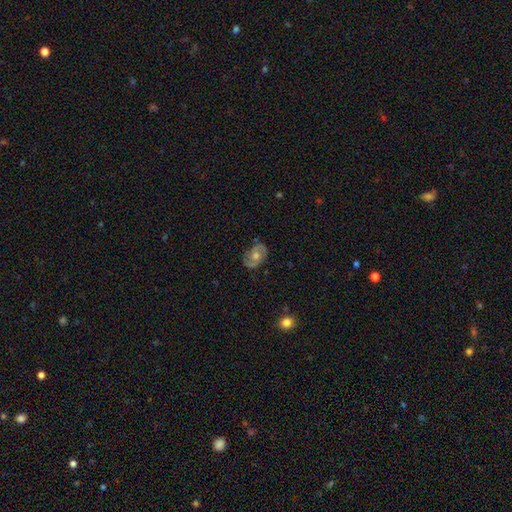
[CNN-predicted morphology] smooth_or_featured: featured or disk (p=0.65) [alt: smooth p=0.26]
disk_edge_on: no (p=0.95) [alt: yes p=0.05]
bar: no (p=0.75) [alt: weak p=0.21]
has_spiral_arms: yes (p=0.75) [alt: no p=0.25]
bulge_size: moderate (p=0.71) [alt: small p=0.20]
merging: none (p=0.79) [alt: minor disturbance p=0.15]